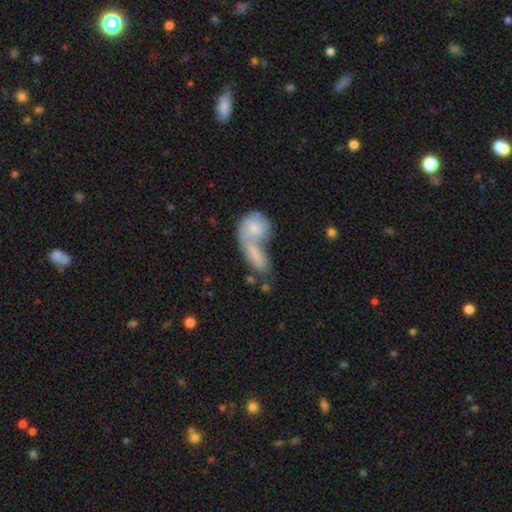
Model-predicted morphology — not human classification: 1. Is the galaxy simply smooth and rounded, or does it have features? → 71% smooth, 21% featured or disk, 8% star or artifact.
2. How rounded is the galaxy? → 64% in between, 21% cigar-shaped, 14% round.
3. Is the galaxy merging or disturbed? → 62% merger, 19% none, 10% major disturbance, 8% minor disturbance.